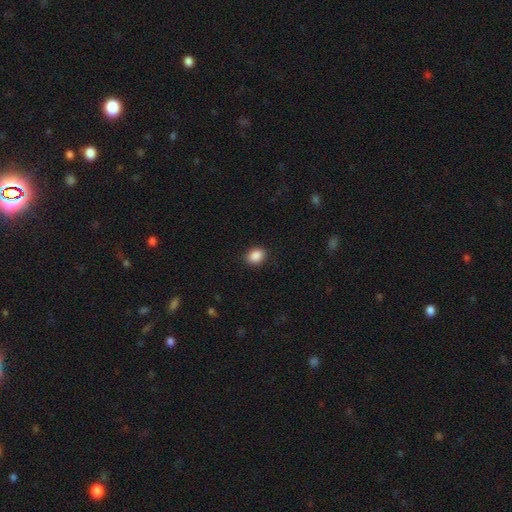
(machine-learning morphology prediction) This appears to be a smooth galaxy with no disk features (89%) that is in between round and cigar-shaped (57%). Merging: none (88%).